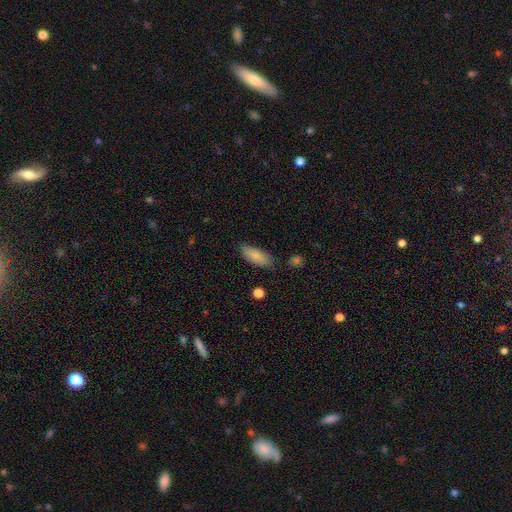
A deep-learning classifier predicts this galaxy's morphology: smooth 83%, featured or disk 11%, star or artifact 7%. Down the decision tree: how rounded — in between (79%); merging — none (80%).